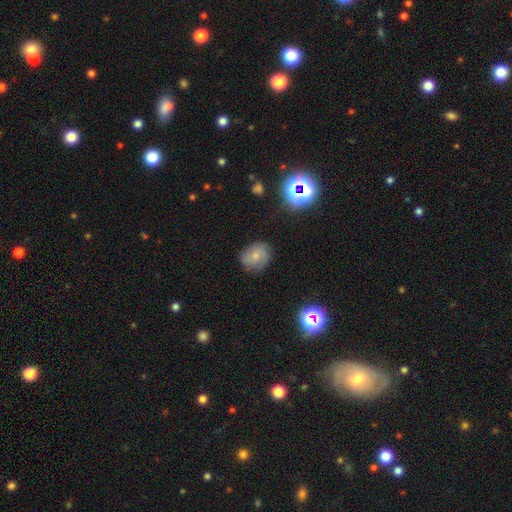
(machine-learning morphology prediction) A featured or disk galaxy (52%) with no bar (71%), spiral arms (86%) and a small central bulge (61%).

Vote fractions:
- Smooth or featured? featured or disk: 52% / smooth: 37% / star or artifact: 11%
- Edge-on disk? no: 97% / yes: 3%
- Bar? no: 71% / weak: 25% / strong: 4%
- Spiral arms? yes: 86% / no: 14%
- Bulge size? small: 61% / moderate: 33% / none: 4% / large: 1% / dominant: 1%
- Merging? none: 74% / minor disturbance: 19% / major disturbance: 5% / merger: 1%